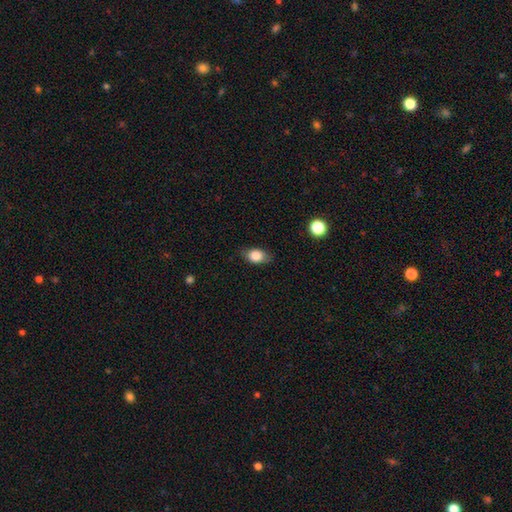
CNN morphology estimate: smooth_or_featured: smooth (p=0.82) [alt: featured or disk p=0.10]
how_rounded: in between (p=0.80) [alt: round p=0.18]
merging: none (p=0.79) [alt: minor disturbance p=0.16]